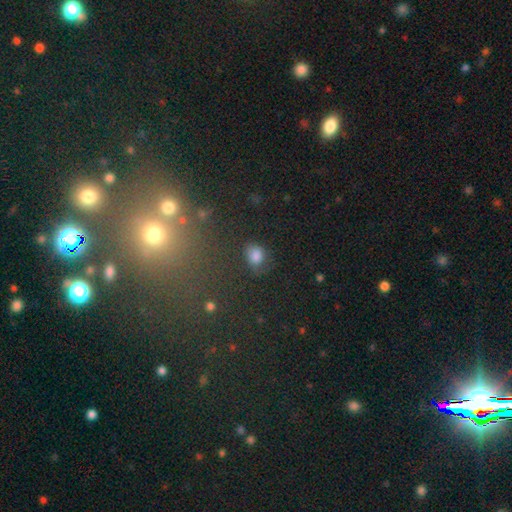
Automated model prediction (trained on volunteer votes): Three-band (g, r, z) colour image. It shows a smooth galaxy with no disk features (79%) that is in between round and cigar-shaped (56%). Merging: none (67%).